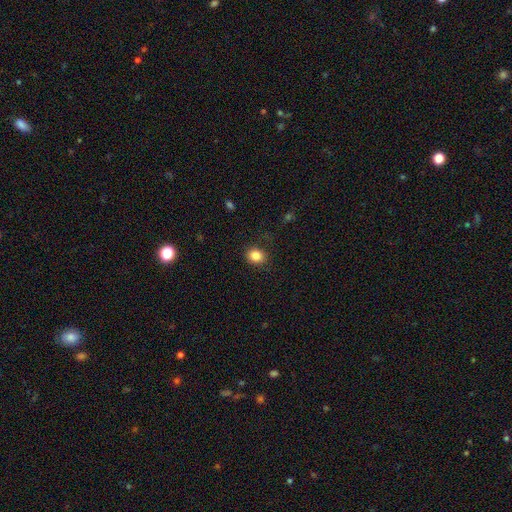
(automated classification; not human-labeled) A smooth galaxy with no disk features (84%) that is round (63%).

Vote fractions:
- Smooth or featured? smooth: 84% / star or artifact: 10% / featured or disk: 5%
- How rounded? round: 63% / in between: 36% / cigar-shaped: 1%
- Merging? none: 85% / minor disturbance: 11% / major disturbance: 3% / merger: 1%